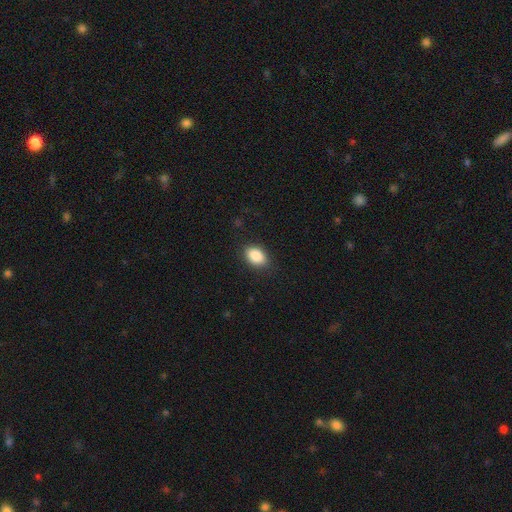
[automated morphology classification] A smooth galaxy with no disk features (88%) that is in between round and cigar-shaped (85%). Merging: none (87%).